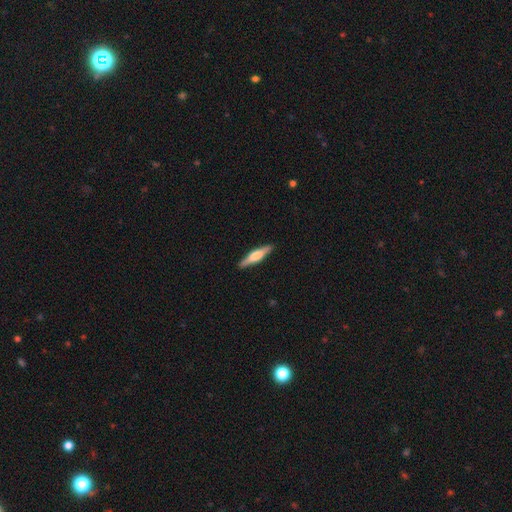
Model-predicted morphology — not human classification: Smooth or featured?
  - featured or disk: 52% *
  - smooth: 42%
  - star or artifact: 5%
Edge-on disk?
  - yes: 96% *
  - no: 4%
Edge-on bulge?
  - rounded: 70% *
  - boxy: 24%
  - none: 6%
Merging?
  - none: 90% *
  - minor disturbance: 8%
  - major disturbance: 2%
  - merger: 1%